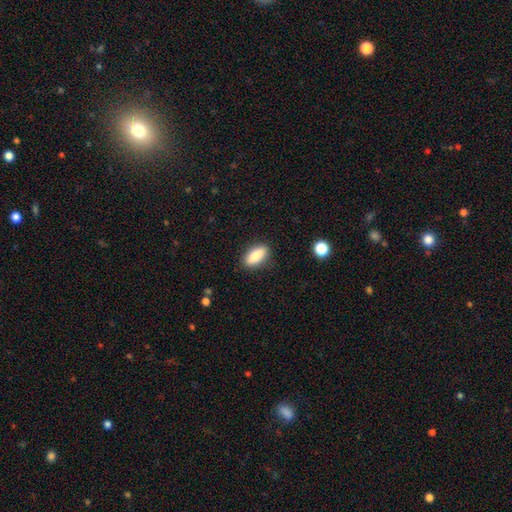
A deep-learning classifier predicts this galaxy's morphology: This is clearly a smooth galaxy (83%). How rounded: likely in between (80%). Merging: clearly none (87%).